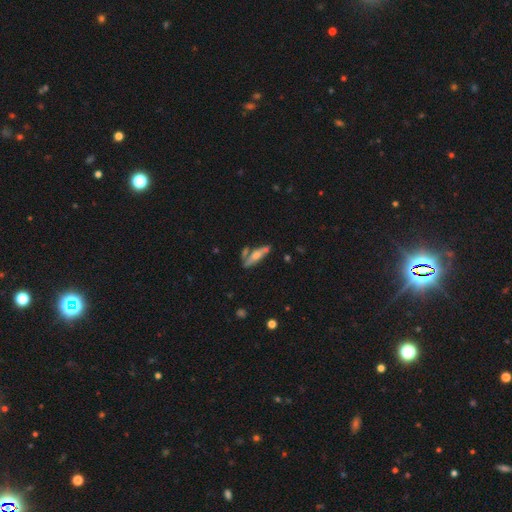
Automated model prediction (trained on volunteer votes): Smooth or featured: smooth — 46% (tied with featured or disk — 46%)
Merging: none — 50% (merger — 21%)